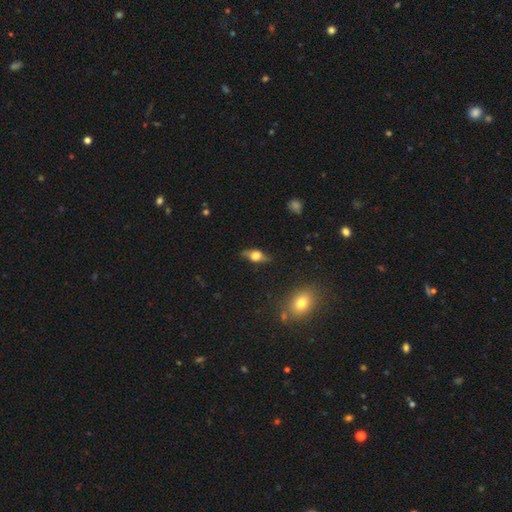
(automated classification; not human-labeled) featured or disk 51%, smooth 40%, star or artifact 8%. Down the decision tree: edge-on disk — yes (83%); merging — none (80%).